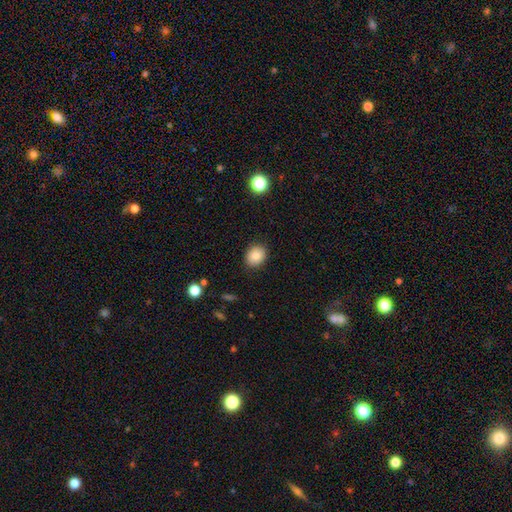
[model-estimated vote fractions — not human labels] This is clearly a smooth galaxy (85%). How rounded: possibly round (55%). Merging: clearly none (88%).